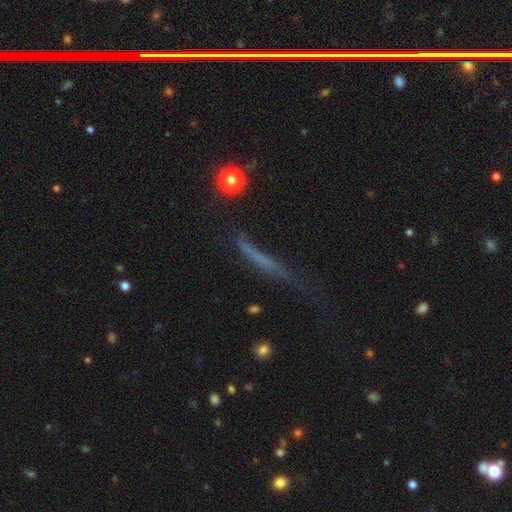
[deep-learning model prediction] The model was most divided on "smooth or featured": smooth: 46%, featured or disk: 39%, star or artifact: 16%. More confident: merging — none (54%).